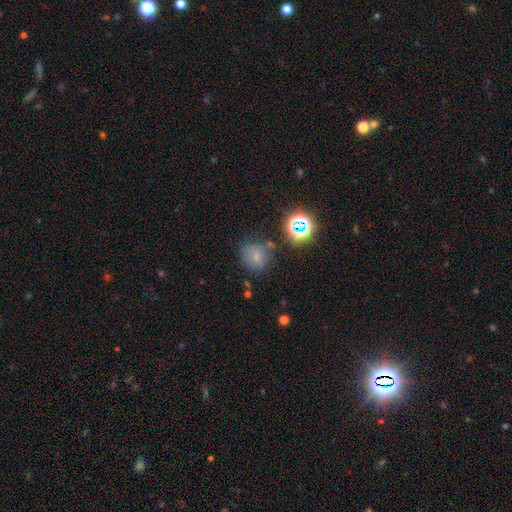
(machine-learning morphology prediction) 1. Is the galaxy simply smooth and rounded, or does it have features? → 65% smooth, 22% star or artifact, 13% featured or disk.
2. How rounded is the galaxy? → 81% round, 18% in between, 1% cigar-shaped.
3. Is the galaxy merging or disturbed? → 66% none, 19% minor disturbance, 9% merger, 7% major disturbance.